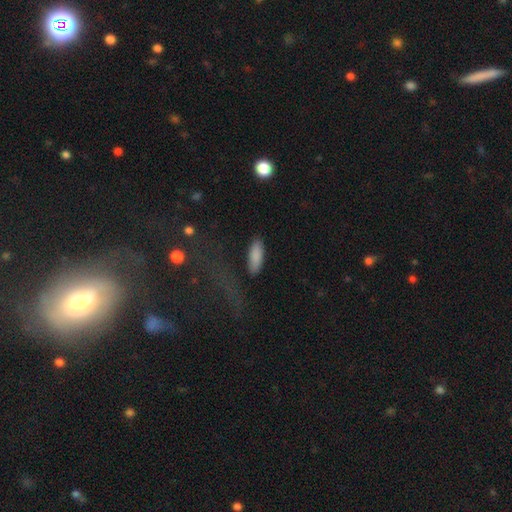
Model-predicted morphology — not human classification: Smooth or featured? smooth (88%)
How rounded? in between (73%)
Merging? none (80%)